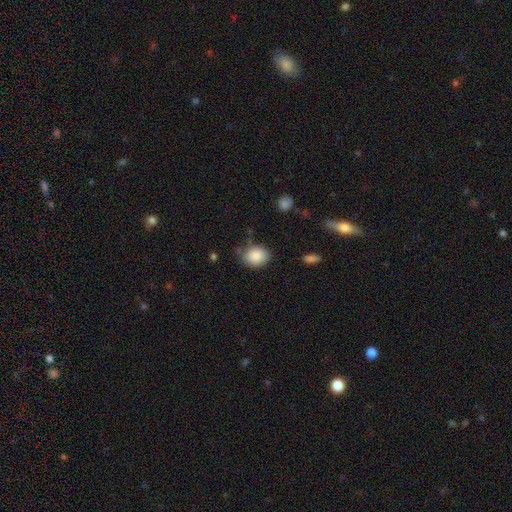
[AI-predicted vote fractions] A smooth galaxy with no disk features (88%) that is in between round and cigar-shaped (56%).

Vote fractions:
- Smooth or featured? smooth: 88% / star or artifact: 8% / featured or disk: 5%
- How rounded? in between: 56% / round: 43% / cigar-shaped: 1%
- Merging? none: 74% / minor disturbance: 18% / major disturbance: 5% / merger: 3%